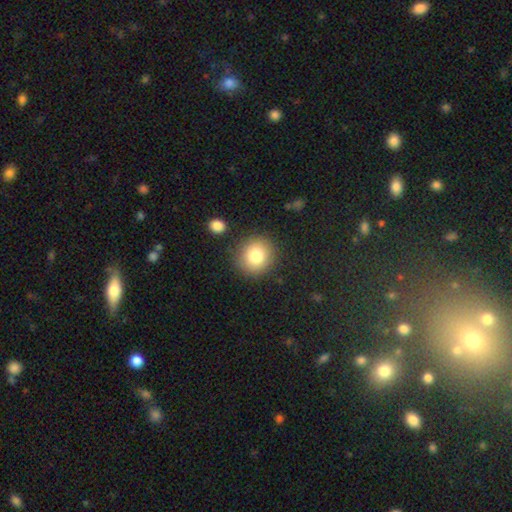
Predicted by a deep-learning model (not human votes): Smooth or featured? Predicted: smooth (p=0.81). How rounded? Predicted: round (p=0.87). Merging? Predicted: none (p=0.86).